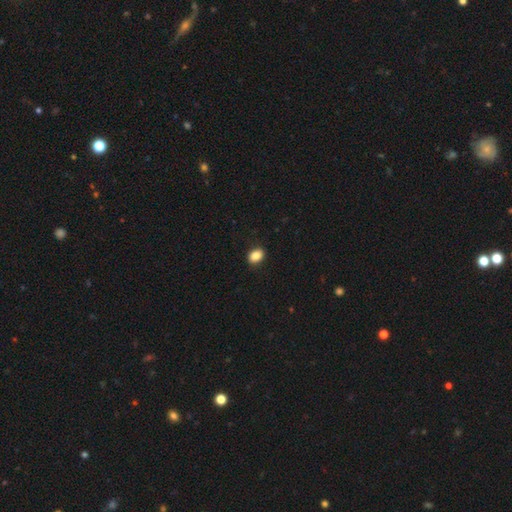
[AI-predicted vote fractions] Q: Smooth or featured?
A: smooth (87%); runner-up: star or artifact (9%)
Q: How rounded?
A: in between (73%); runner-up: round (26%)
Q: Merging?
A: none (89%); runner-up: minor disturbance (8%)